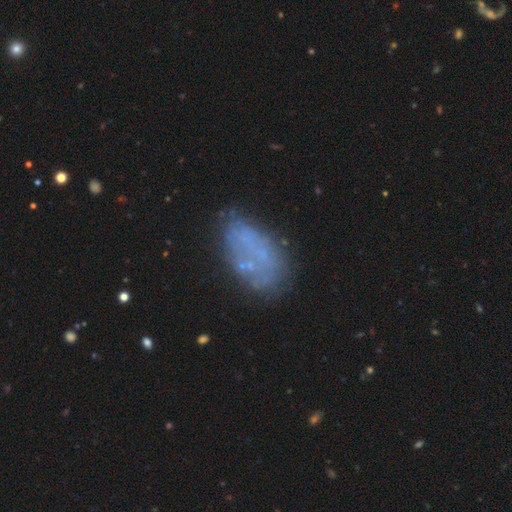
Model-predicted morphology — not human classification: Smooth or featured? featured or disk (43%)
Merging? none (58%)